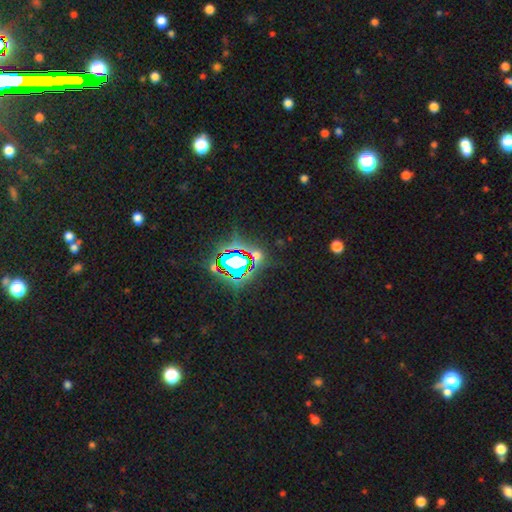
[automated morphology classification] Smooth or featured?
  - star or artifact: 71% *
  - smooth: 19%
  - featured or disk: 10%